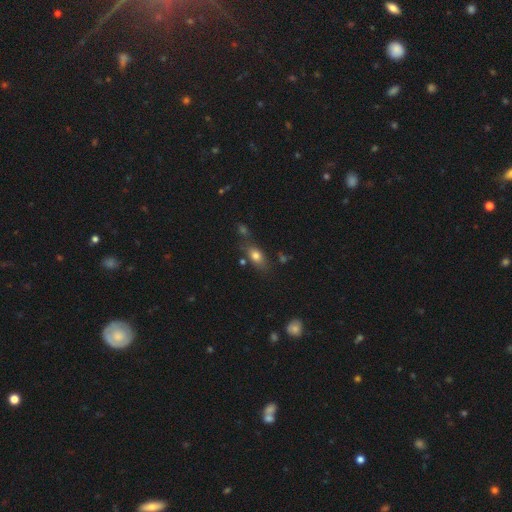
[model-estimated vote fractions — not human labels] smooth-or-featured: smooth: 75% | featured or disk: 15% | star or artifact: 10%
  how-rounded: in between: 78% | round: 12% | cigar-shaped: 10%
  merging: none: 64% | minor disturbance: 18% | merger: 11% | major disturbance: 6%